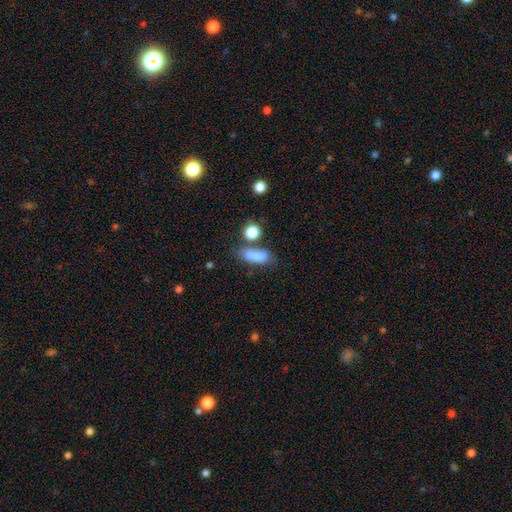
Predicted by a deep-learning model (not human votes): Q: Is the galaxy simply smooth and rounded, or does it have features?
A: smooth — 80%.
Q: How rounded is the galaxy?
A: in between — 61%.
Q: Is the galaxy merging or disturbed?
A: none — 53%.